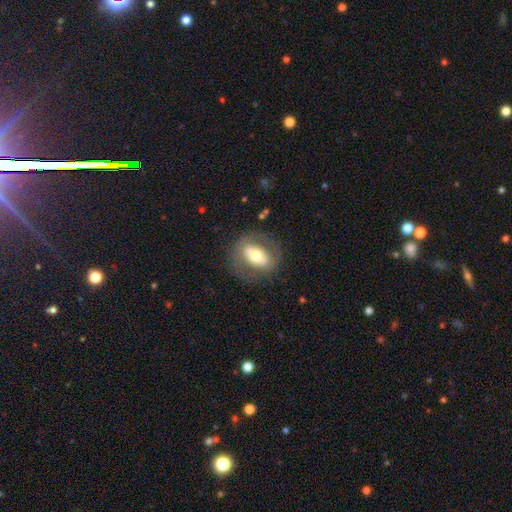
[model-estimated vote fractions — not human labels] smooth-or-featured: smooth: 49% | featured or disk: 44% | star or artifact: 7%
  merging: none: 75% | minor disturbance: 14% | major disturbance: 10% | merger: 1%